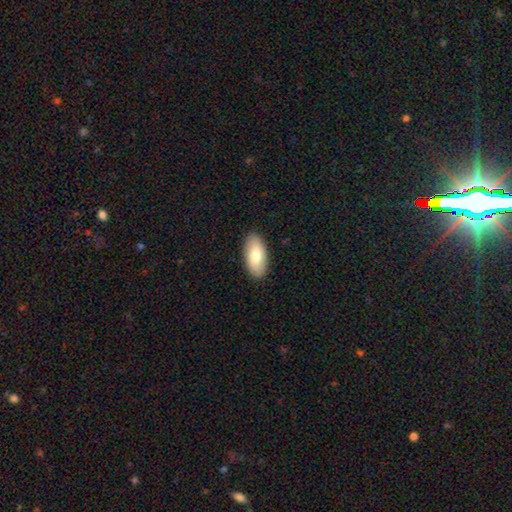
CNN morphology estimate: This appears to be a smooth galaxy with no disk features (79%) that is in between round and cigar-shaped (93%). Merging: none (90%).